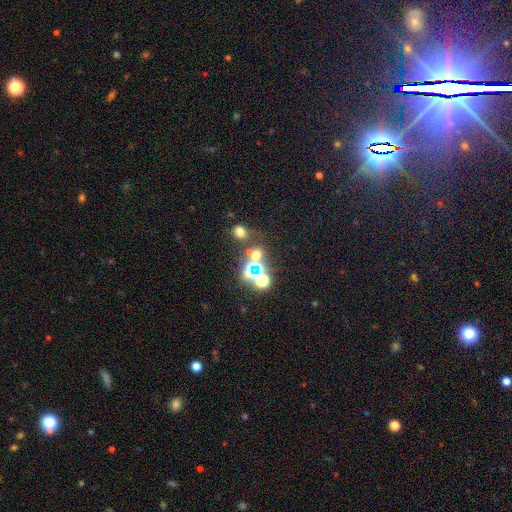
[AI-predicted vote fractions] The model was most divided on "smooth or featured": star or artifact: 46%, smooth: 42%, featured or disk: 12%.